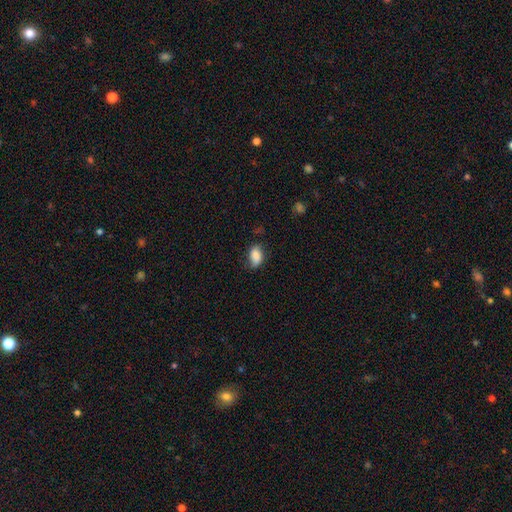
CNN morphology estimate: Smooth or featured: smooth — 84% (featured or disk — 9%)
How rounded: in between — 89% (round — 9%)
Merging: none — 67% (minor disturbance — 25%)